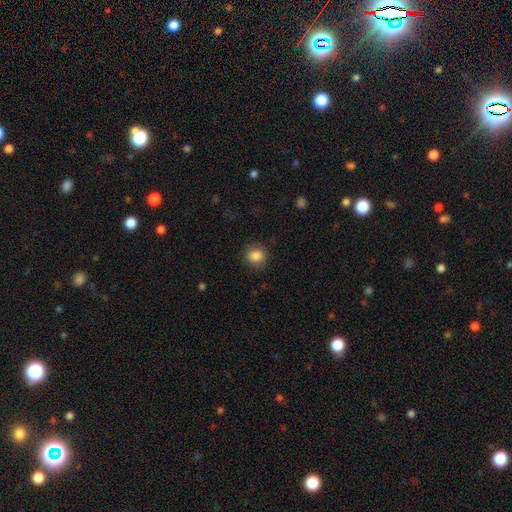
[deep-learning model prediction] A smooth galaxy with no disk features (85%) that is round (72%). Merging: none (84%).